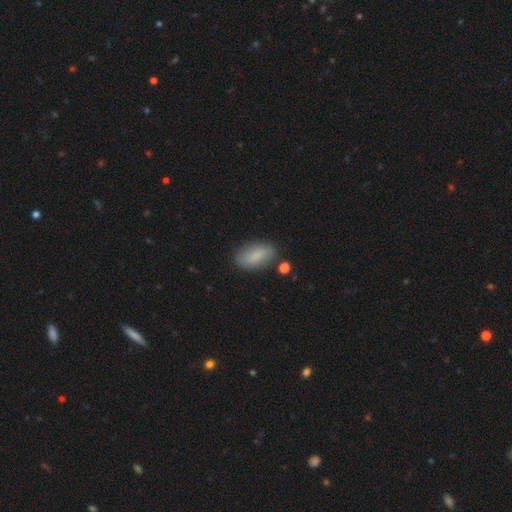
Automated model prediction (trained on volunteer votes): This appears to be a smooth galaxy with no disk features (80%) that is in between round and cigar-shaped (90%). Merging: none (79%).